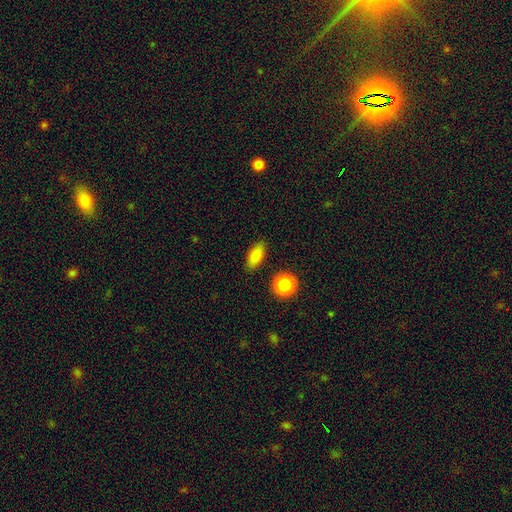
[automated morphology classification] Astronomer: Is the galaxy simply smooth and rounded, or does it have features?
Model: smooth — 83%.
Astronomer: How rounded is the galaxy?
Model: in between — 82%.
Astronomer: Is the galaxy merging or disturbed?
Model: none — 85%.